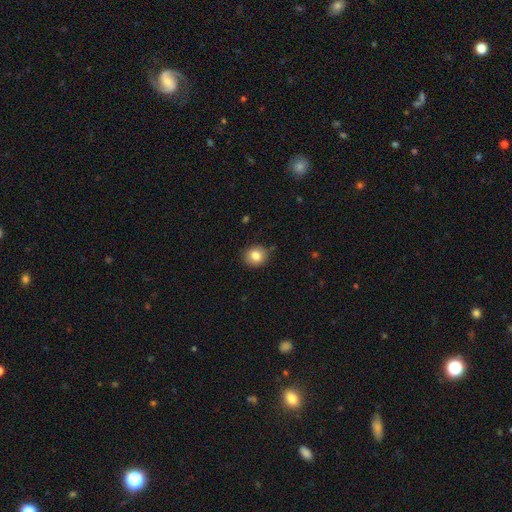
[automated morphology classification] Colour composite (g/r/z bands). It shows a smooth galaxy with no disk features (82%) that is round (82%). Merging: none (87%).